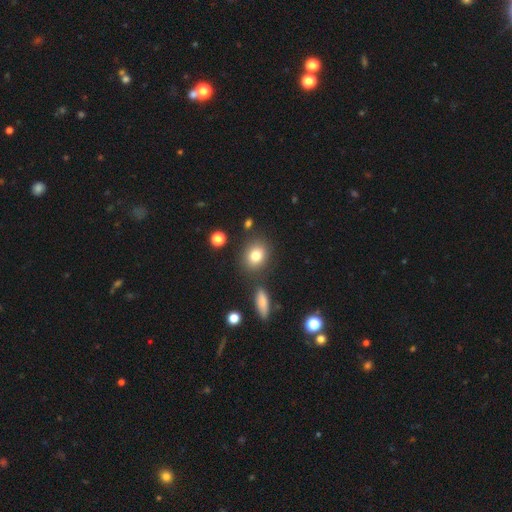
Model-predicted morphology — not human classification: A smooth galaxy with no disk features (81%) that is round (56%).

Vote fractions:
- Smooth or featured? smooth: 81% / star or artifact: 10% / featured or disk: 9%
- How rounded? round: 56% / in between: 42% / cigar-shaped: 2%
- Merging? none: 79% / minor disturbance: 10% / merger: 7% / major disturbance: 3%